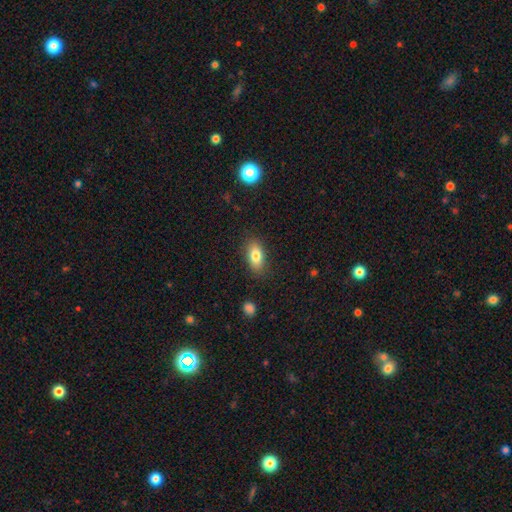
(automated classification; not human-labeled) A smooth galaxy with no disk features (80%) that is in between round and cigar-shaped (87%). Merging: none (85%).